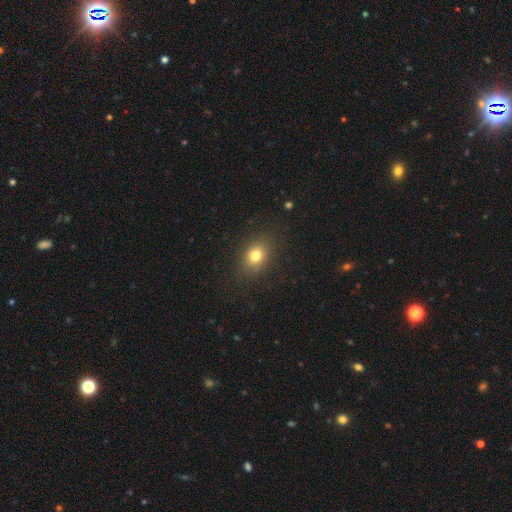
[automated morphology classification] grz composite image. It shows a smooth galaxy with no disk features (76%) that is in between round and cigar-shaped (53%). Merging: none (81%).